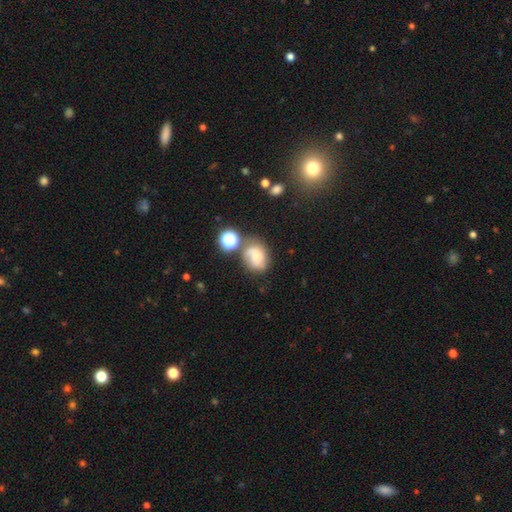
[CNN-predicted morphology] Smooth or featured? Predicted: smooth (p=0.47). Merging? Predicted: none (p=0.50).